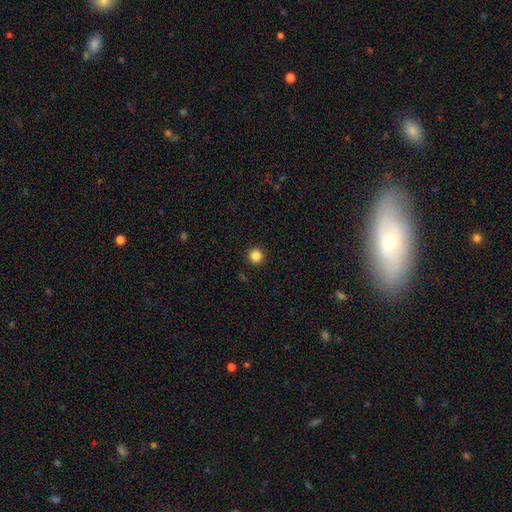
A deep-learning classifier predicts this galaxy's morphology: Smooth or featured?
  - smooth: 86% *
  - star or artifact: 11%
  - featured or disk: 3%
How rounded?
  - round: 96% *
  - in between: 3%
  - cigar-shaped: 1%
Merging?
  - none: 93% *
  - minor disturbance: 5%
  - major disturbance: 2%
  - merger: 1%